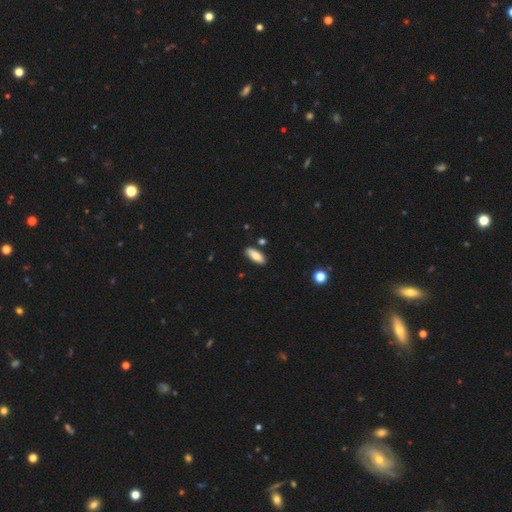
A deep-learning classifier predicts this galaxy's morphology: A smooth galaxy with no disk features (79%) that is in between round and cigar-shaped (71%). Merging: none (87%).